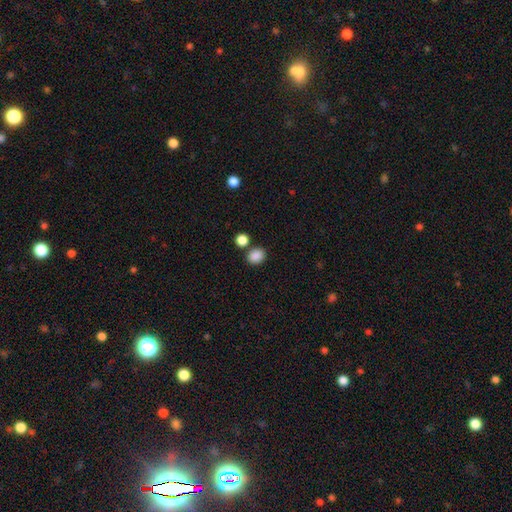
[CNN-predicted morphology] This is clearly a smooth galaxy (87%). How rounded: possibly round (57%). Merging: likely none (75%).